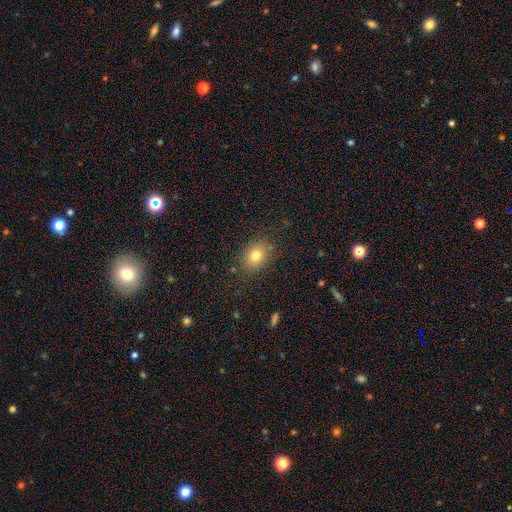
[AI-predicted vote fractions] A smooth galaxy with no disk features (78%) that is round (51%).

Vote fractions:
- Smooth or featured? smooth: 78% / star or artifact: 12% / featured or disk: 10%
- How rounded? round: 51% / in between: 48% / cigar-shaped: 1%
- Merging? none: 82% / minor disturbance: 12% / major disturbance: 4% / merger: 1%